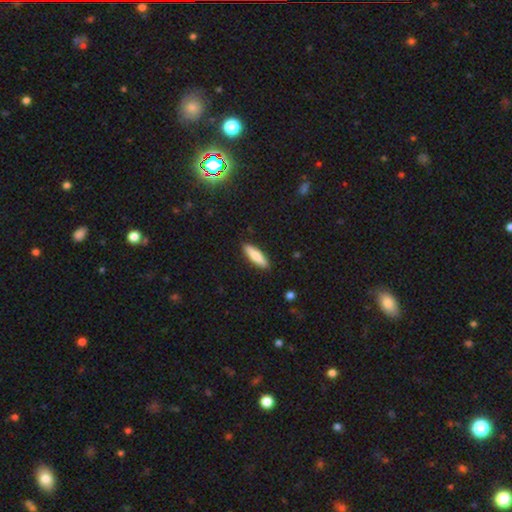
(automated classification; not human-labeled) Smooth or featured? Predicted: smooth (p=0.77). How rounded? Predicted: cigar-shaped (p=0.63). Merging? Predicted: none (p=0.89).